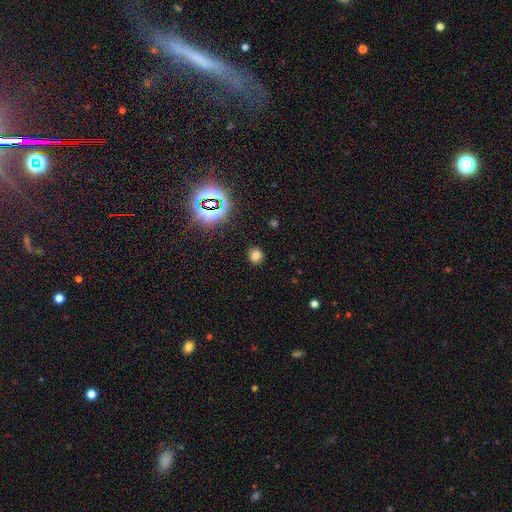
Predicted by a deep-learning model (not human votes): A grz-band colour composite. It shows a smooth galaxy with no disk features (73%) that is round (78%). Merging: none (89%).